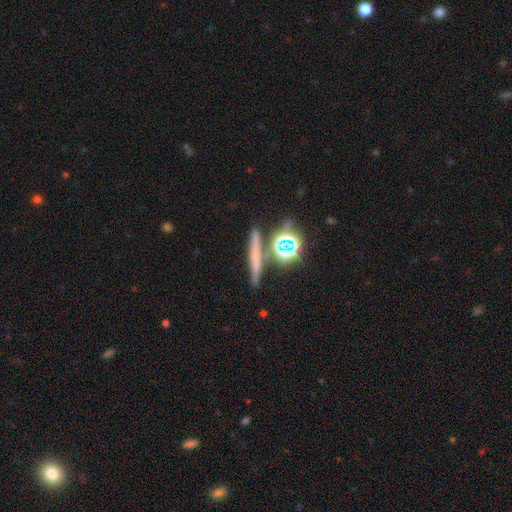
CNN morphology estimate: A smooth galaxy with no disk features (44%). Merging: none (79%).